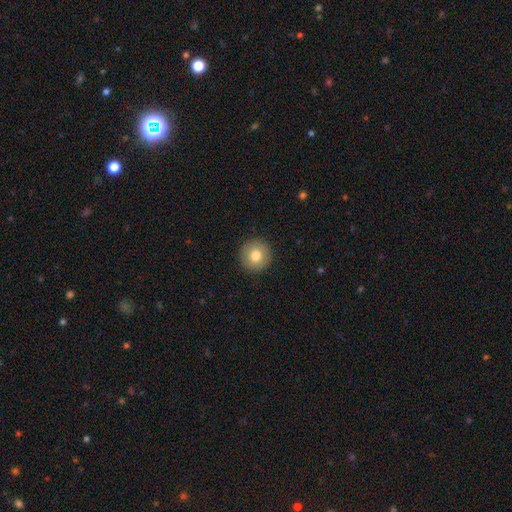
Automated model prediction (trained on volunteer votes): Smooth or featured? smooth (78%)
How rounded? round (95%)
Merging? none (92%)